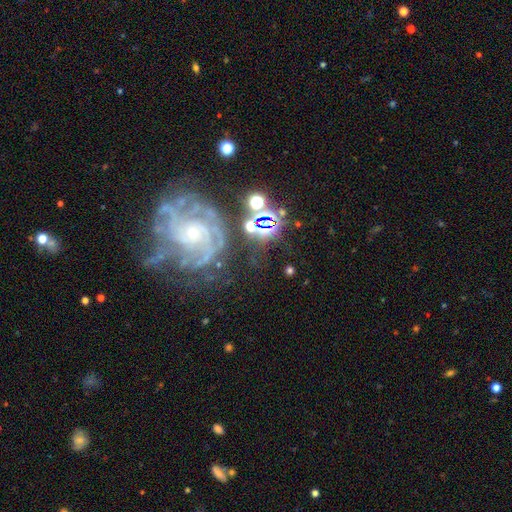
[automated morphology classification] Q: Smooth or featured?
A: featured or disk (80%); runner-up: star or artifact (13%)
Q: Edge-on disk?
A: no (97%); runner-up: yes (3%)
Q: Bar?
A: no (69%); runner-up: weak (22%)
Q: Spiral arms?
A: yes (95%); runner-up: no (5%)
Q: Spiral winding?
A: tight (71%); runner-up: medium (24%)
Q: Spiral arm count?
A: can't tell (30%); runner-up: 3 (20%)
Q: Bulge size?
A: small (74%); runner-up: moderate (21%)
Q: Merging?
A: none (63%); runner-up: minor disturbance (19%)